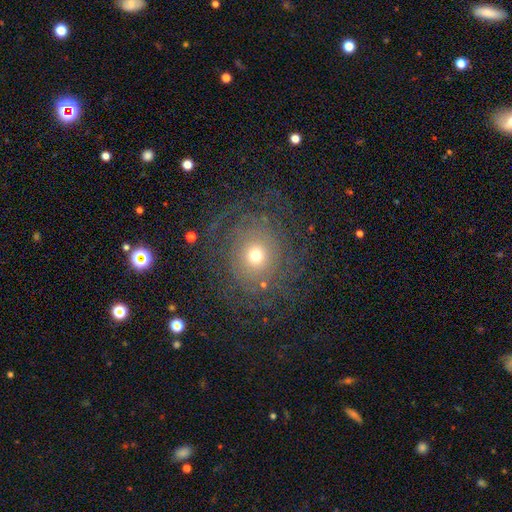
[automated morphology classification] featured or disk 69%, smooth 20%, star or artifact 11%. Down the decision tree: edge-on disk — no (97%); bar — no (85%); spiral arms — yes (82%); spiral arm count — can't tell (40%); spiral winding — tight (59%); bulge size — moderate (50%); merging — none (73%).